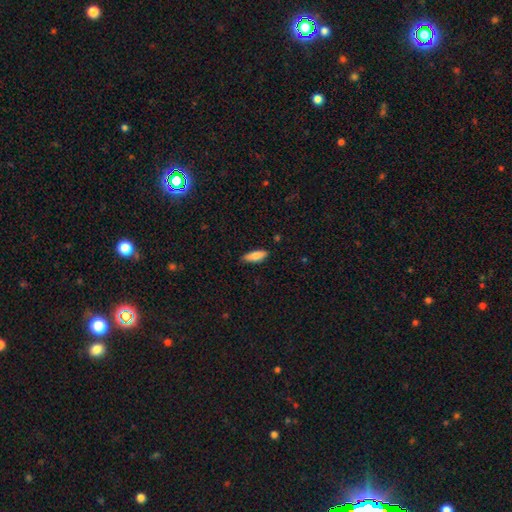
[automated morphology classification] A smooth galaxy with no disk features (81%) that is in between round and cigar-shaped (62%).

Vote fractions:
- Smooth or featured? smooth: 81% / featured or disk: 13% / star or artifact: 6%
- How rounded? in between: 62% / cigar-shaped: 36% / round: 2%
- Merging? none: 83% / minor disturbance: 14% / major disturbance: 2% / merger: 1%